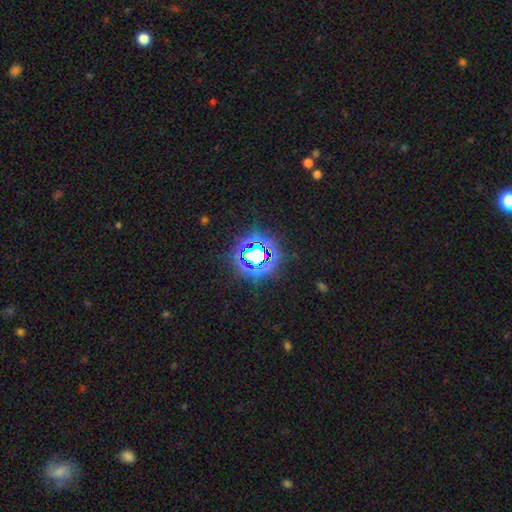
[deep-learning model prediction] Smooth or featured: star or artifact — 72% (smooth — 17%)